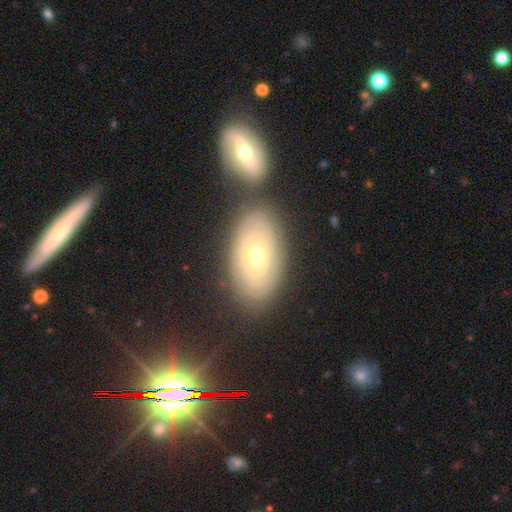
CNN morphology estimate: Smooth or featured: smooth — 47% (featured or disk — 41%)
Merging: none — 72% (merger — 13%)